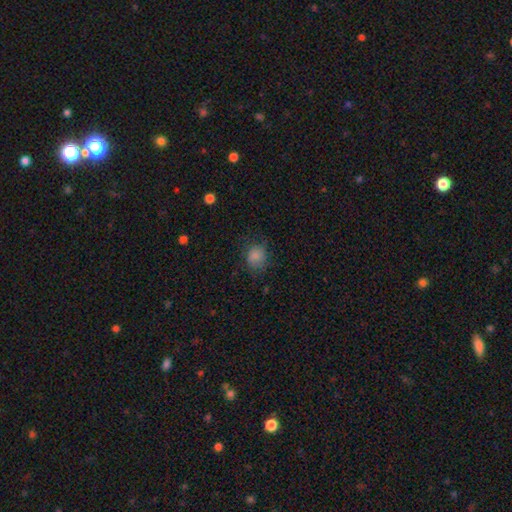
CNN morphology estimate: Smooth or featured?
  - smooth: 82% *
  - star or artifact: 11%
  - featured or disk: 7%
How rounded?
  - round: 71% *
  - in between: 29%
  - cigar-shaped: 1%
Merging?
  - none: 68% *
  - minor disturbance: 22%
  - major disturbance: 9%
  - merger: 1%